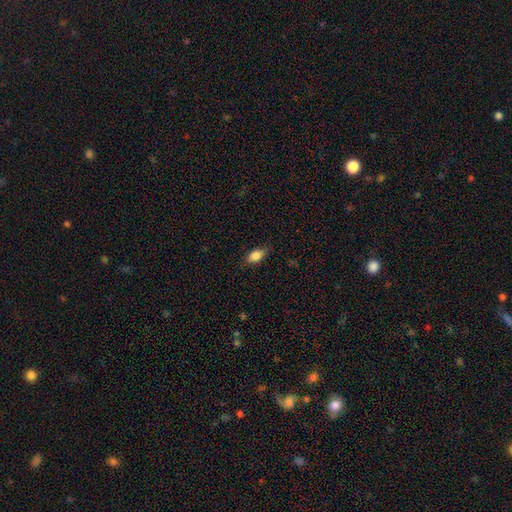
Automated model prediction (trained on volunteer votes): The model was most divided on "merging": none: 79%, minor disturbance: 16%, major disturbance: 3%, merger: 1%. More confident: how rounded — in between (86%); smooth or featured — smooth (83%).